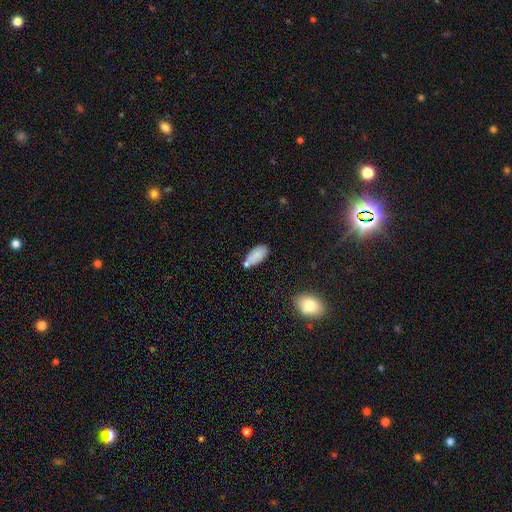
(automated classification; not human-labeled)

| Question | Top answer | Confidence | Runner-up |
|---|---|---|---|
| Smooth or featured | smooth | 82% | featured or disk (10%) |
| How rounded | in between | 91% | cigar-shaped (7%) |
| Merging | none | 60% | minor disturbance (19%) |